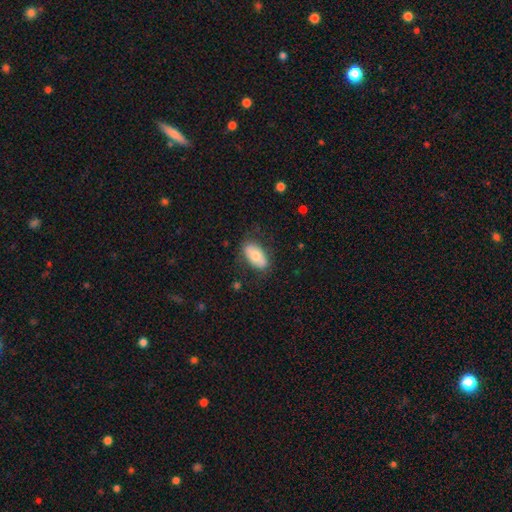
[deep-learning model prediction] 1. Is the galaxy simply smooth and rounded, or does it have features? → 70% smooth, 24% featured or disk, 6% star or artifact.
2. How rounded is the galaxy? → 92% in between, 4% round, 4% cigar-shaped.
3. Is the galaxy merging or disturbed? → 78% none, 16% minor disturbance, 5% major disturbance, 1% merger.